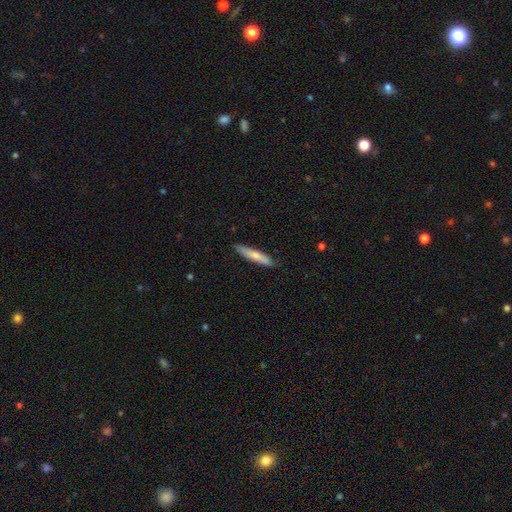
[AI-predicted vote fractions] Morphology: type=smooth (74%); roundness=cigar-shaped (87%); merging=none (85%).